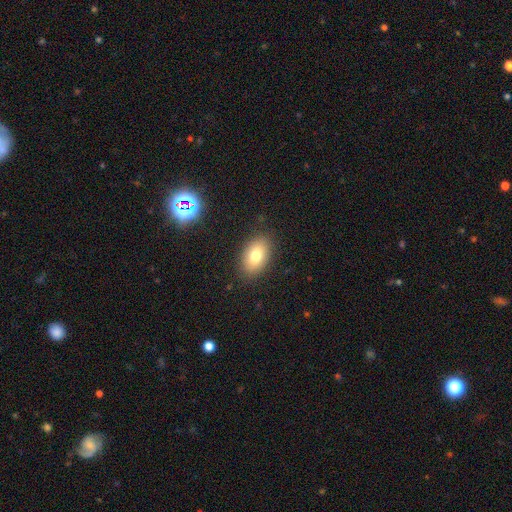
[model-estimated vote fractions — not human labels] Smooth or featured? smooth (77%)
How rounded? in between (90%)
Merging? none (86%)